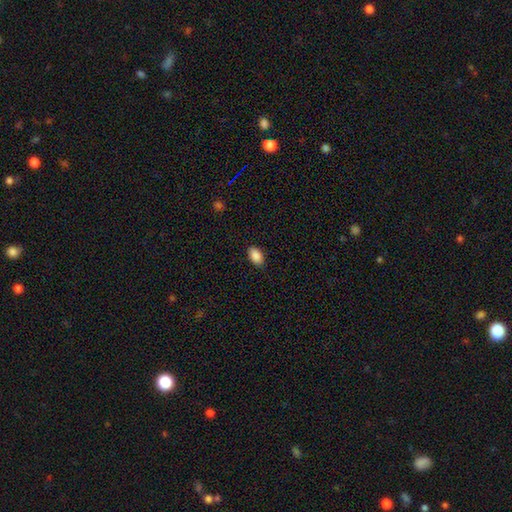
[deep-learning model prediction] This appears to be a smooth galaxy with no disk features (89%) that is in between round and cigar-shaped (92%). Merging: none (86%).